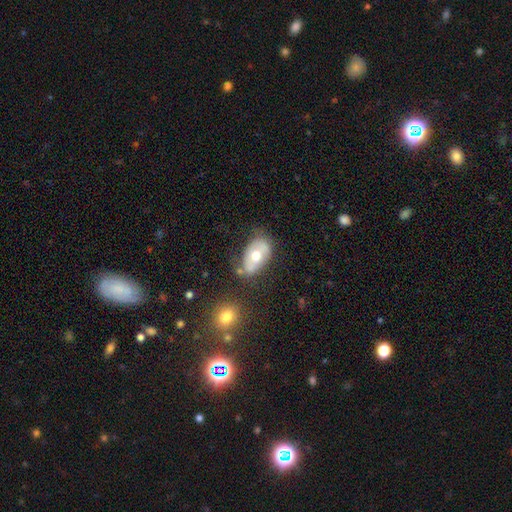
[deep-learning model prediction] Smooth or featured?
  - smooth: 51% *
  - featured or disk: 42%
  - star or artifact: 7%
How rounded?
  - in between: 89% *
  - round: 9%
  - cigar-shaped: 2%
Merging?
  - none: 57% *
  - minor disturbance: 24%
  - merger: 10%
  - major disturbance: 8%